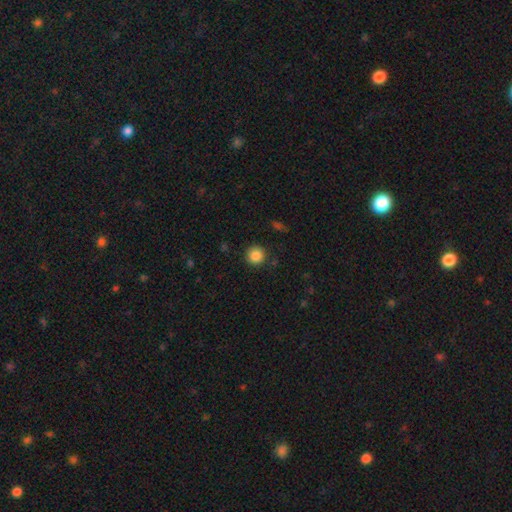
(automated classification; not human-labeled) Q: Smooth or featured?
A: smooth (86%); runner-up: star or artifact (10%)
Q: How rounded?
A: round (94%); runner-up: in between (5%)
Q: Merging?
A: none (89%); runner-up: minor disturbance (7%)